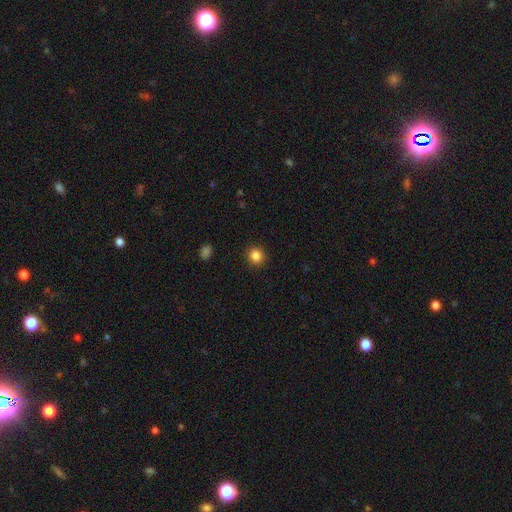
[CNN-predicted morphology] Smooth or featured?
  - smooth: 85% *
  - star or artifact: 11%
  - featured or disk: 4%
How rounded?
  - round: 91% *
  - in between: 8%
  - cigar-shaped: 1%
Merging?
  - none: 92% *
  - minor disturbance: 5%
  - major disturbance: 2%
  - merger: 1%